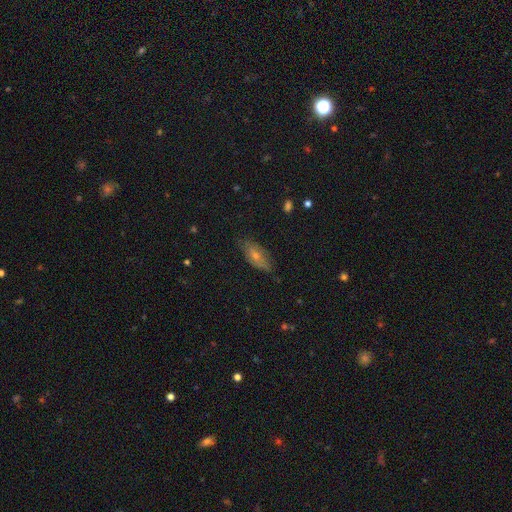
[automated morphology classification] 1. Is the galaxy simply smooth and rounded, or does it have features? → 46% smooth, 40% featured or disk, 14% star or artifact.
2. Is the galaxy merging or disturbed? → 78% none, 17% minor disturbance, 4% major disturbance, 1% merger.